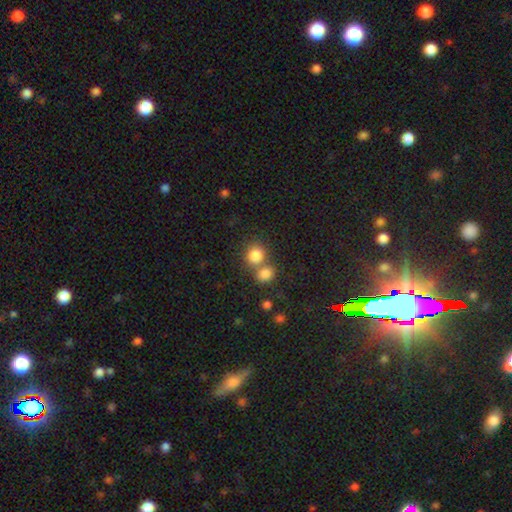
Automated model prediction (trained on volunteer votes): The model was most divided on "merging": none: 49%, merger: 41%, minor disturbance: 7%, major disturbance: 3%. More confident: smooth or featured — smooth (82%); how rounded — round (80%).